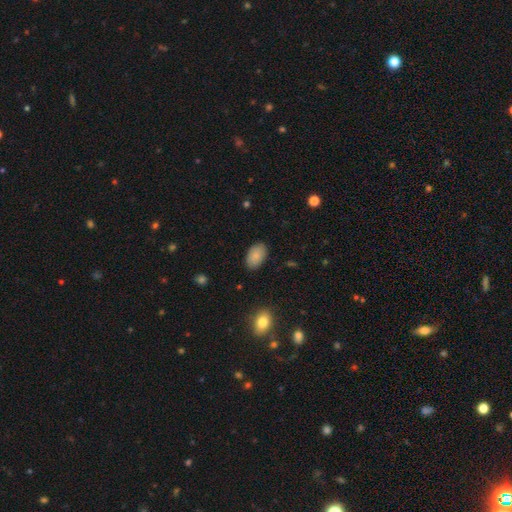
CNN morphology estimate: A smooth galaxy with no disk features (87%) that is in between round and cigar-shaped (94%). Merging: none (87%).